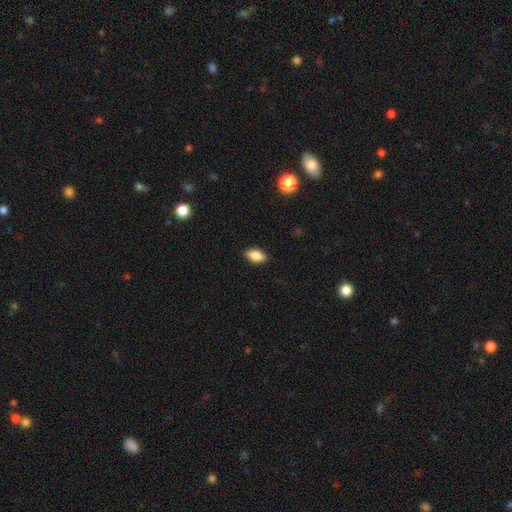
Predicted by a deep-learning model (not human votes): This appears to be a smooth galaxy with no disk features (86%) that is in between round and cigar-shaped (90%). Merging: none (88%).